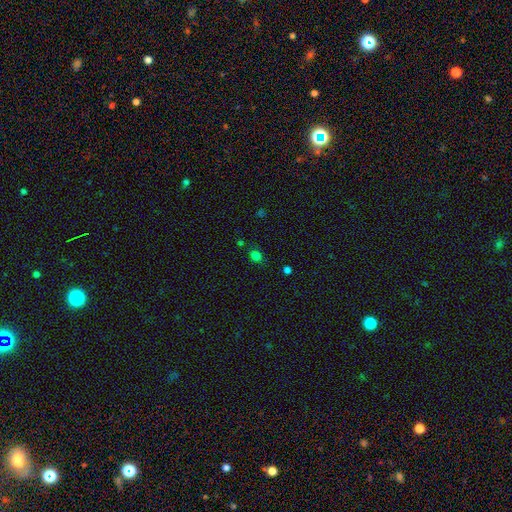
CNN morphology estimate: Smooth or featured?
  - smooth: 75% *
  - star or artifact: 21%
  - featured or disk: 5%
How rounded?
  - in between: 51% *
  - round: 47%
  - cigar-shaped: 1%
Merging?
  - none: 79% *
  - minor disturbance: 14%
  - major disturbance: 4%
  - merger: 3%